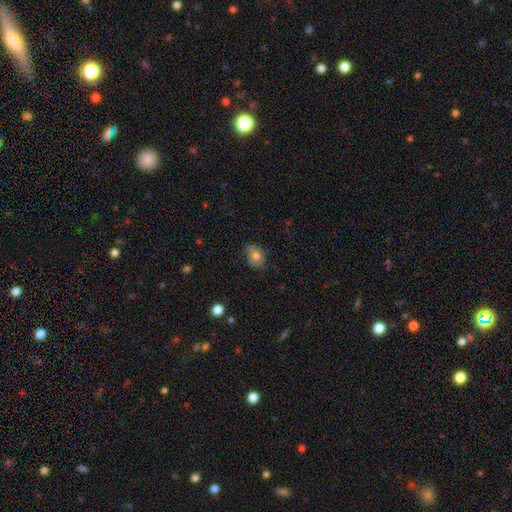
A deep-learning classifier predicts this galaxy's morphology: The model was most divided on "how rounded": in between: 58%, round: 41%, cigar-shaped: 1%. More confident: smooth or featured — smooth (73%); merging — none (70%).